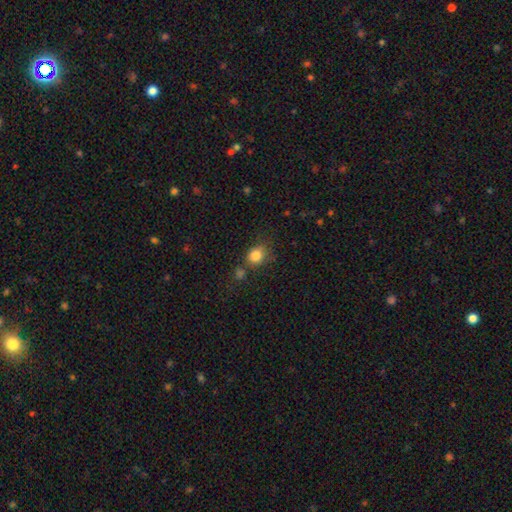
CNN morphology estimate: A smooth galaxy with no disk features (83%) that is round (65%).

Vote fractions:
- Smooth or featured? smooth: 83% / star or artifact: 11% / featured or disk: 6%
- How rounded? round: 65% / in between: 34% / cigar-shaped: 1%
- Merging? none: 64% / minor disturbance: 17% / merger: 13% / major disturbance: 6%